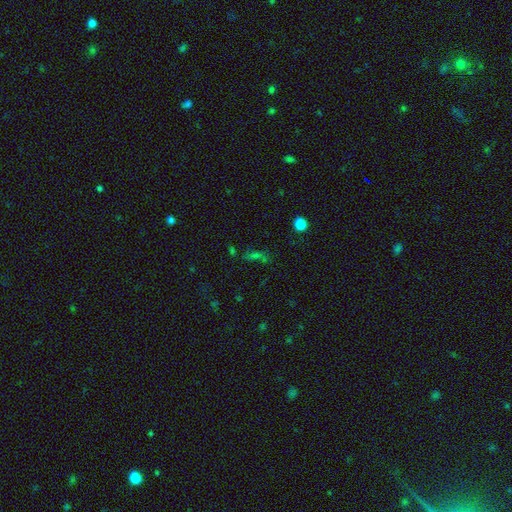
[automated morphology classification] type=star or artifact (45%).